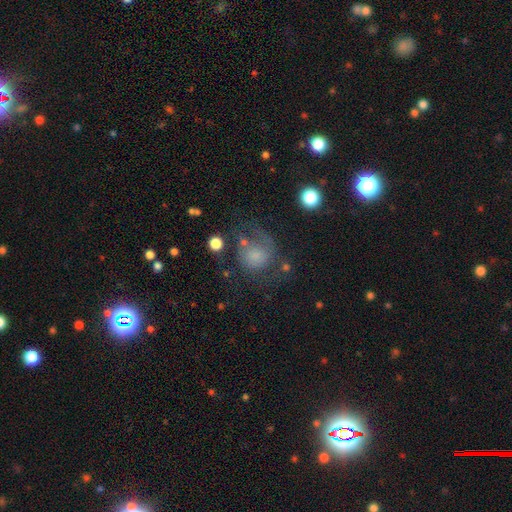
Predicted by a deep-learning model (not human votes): Smooth or featured? smooth (53%)
How rounded? round (77%)
Merging? none (40%)